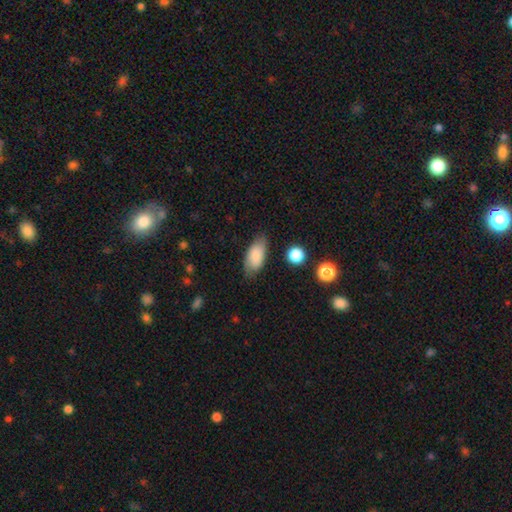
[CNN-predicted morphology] A smooth galaxy with no disk features (83%) that is in between round and cigar-shaped (89%).

Vote fractions:
- Smooth or featured? smooth: 83% / featured or disk: 10% / star or artifact: 7%
- How rounded? in between: 89% / cigar-shaped: 8% / round: 3%
- Merging? none: 75% / minor disturbance: 19% / major disturbance: 4% / merger: 2%